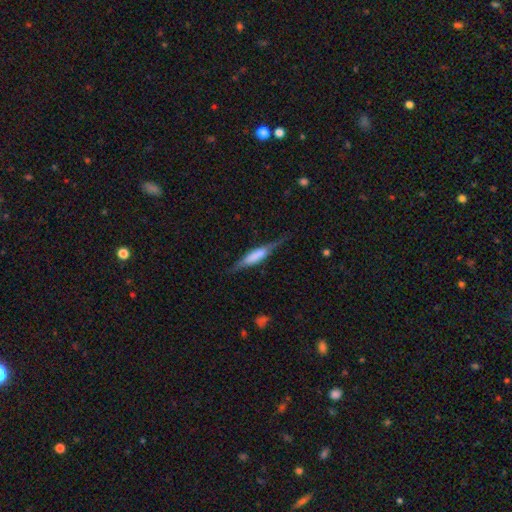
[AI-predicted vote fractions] A featured or disk galaxy (60%) viewed edge-on (94%) with a boxy central bulge (60%). Merging: none (76%).